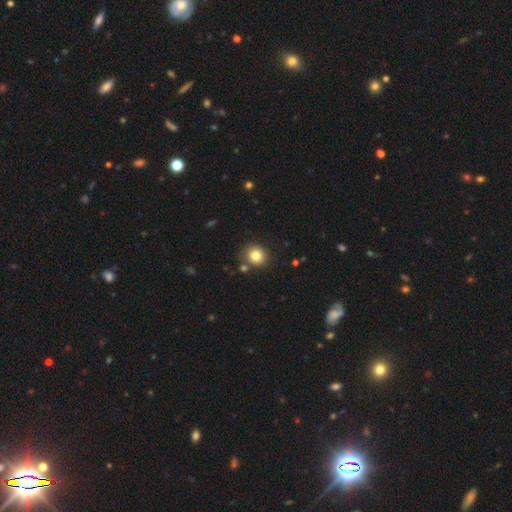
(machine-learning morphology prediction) A smooth galaxy with no disk features (81%) that is round (83%). Merging: none (82%).